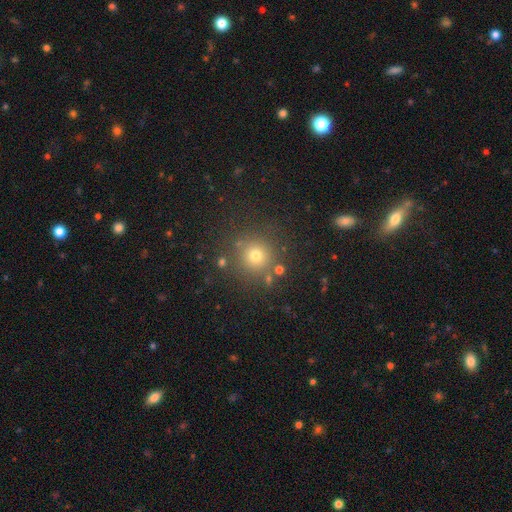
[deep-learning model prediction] Smooth or featured? Predicted: smooth (p=0.71). How rounded? Predicted: round (p=0.94). Merging? Predicted: none (p=0.84).